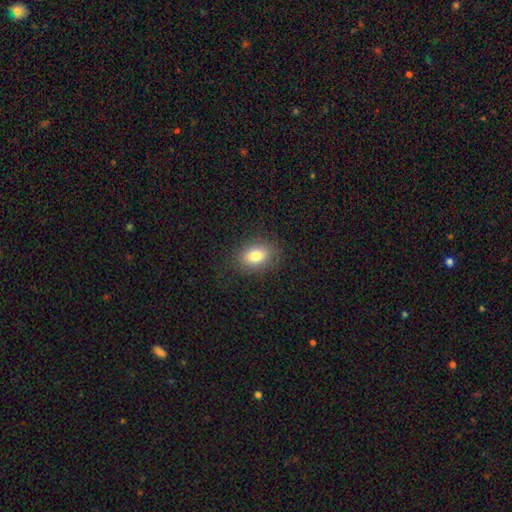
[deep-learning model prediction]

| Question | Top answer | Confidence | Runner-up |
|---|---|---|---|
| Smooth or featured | smooth | 80% | featured or disk (10%) |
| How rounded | in between | 78% | round (20%) |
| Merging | none | 82% | minor disturbance (12%) |